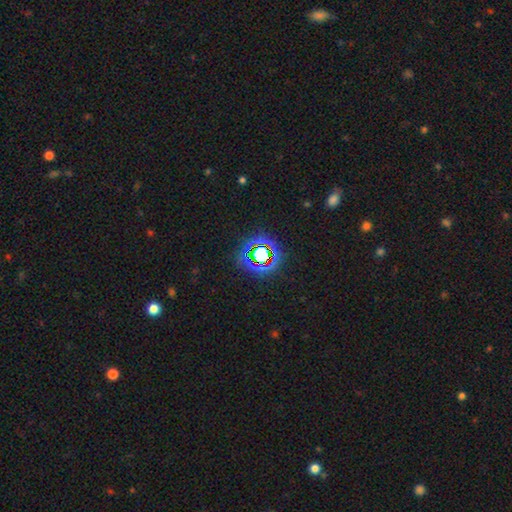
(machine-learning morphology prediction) star or artifact 78%, smooth 14%, featured or disk 9%.